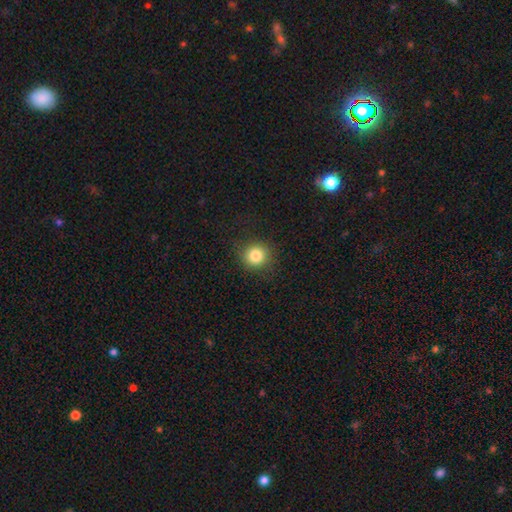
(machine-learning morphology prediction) Smooth or featured? smooth (83%)
How rounded? round (90%)
Merging? none (88%)